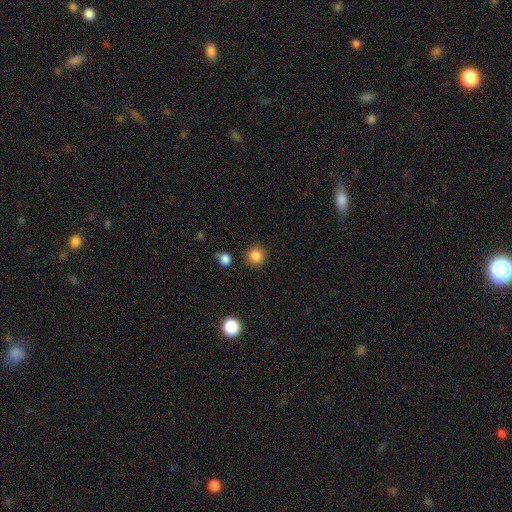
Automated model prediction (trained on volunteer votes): Smooth or featured?
  - smooth: 85% *
  - star or artifact: 10%
  - featured or disk: 4%
How rounded?
  - round: 90% *
  - in between: 9%
  - cigar-shaped: 1%
Merging?
  - none: 87% *
  - minor disturbance: 8%
  - merger: 3%
  - major disturbance: 3%